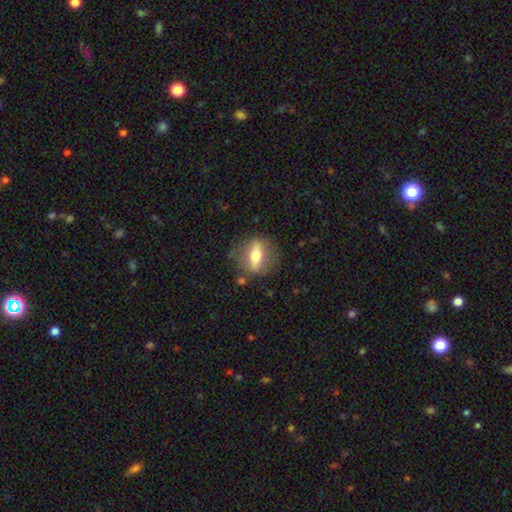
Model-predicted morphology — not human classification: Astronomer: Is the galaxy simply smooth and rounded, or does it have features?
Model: featured or disk — 57% (runner-up: smooth, 36%).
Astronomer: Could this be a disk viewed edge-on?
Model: yes — 55% (runner-up: no, 45%).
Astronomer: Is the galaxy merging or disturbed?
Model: none — 79%.